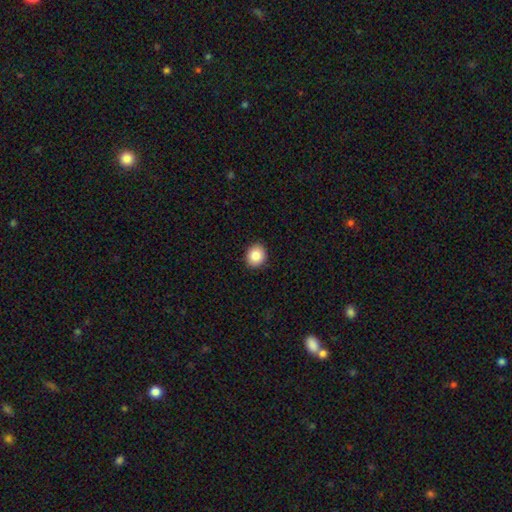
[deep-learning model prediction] This appears to be a smooth galaxy with no disk features (87%) that is round (74%). Merging: none (91%).